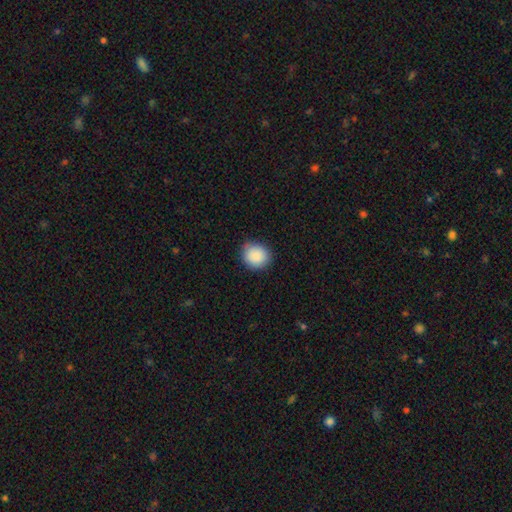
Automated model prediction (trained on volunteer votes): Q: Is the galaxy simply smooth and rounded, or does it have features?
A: smooth — 89%.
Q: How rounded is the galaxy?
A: round — 79%.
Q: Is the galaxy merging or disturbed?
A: none — 81%.